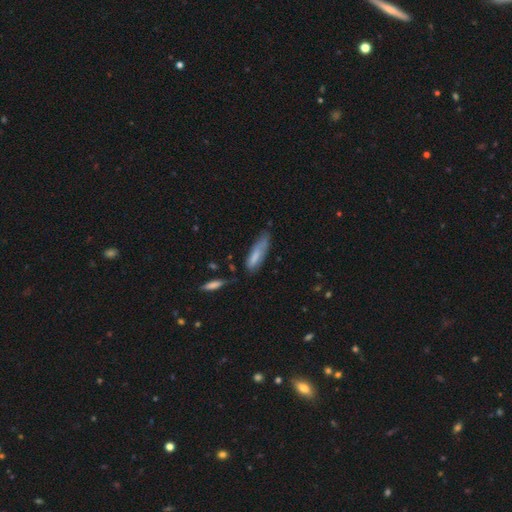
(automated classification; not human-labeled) Q: Smooth or featured?
A: smooth (75%); runner-up: featured or disk (19%)
Q: How rounded?
A: cigar-shaped (62%); runner-up: in between (37%)
Q: Merging?
A: none (47%); runner-up: minor disturbance (35%)